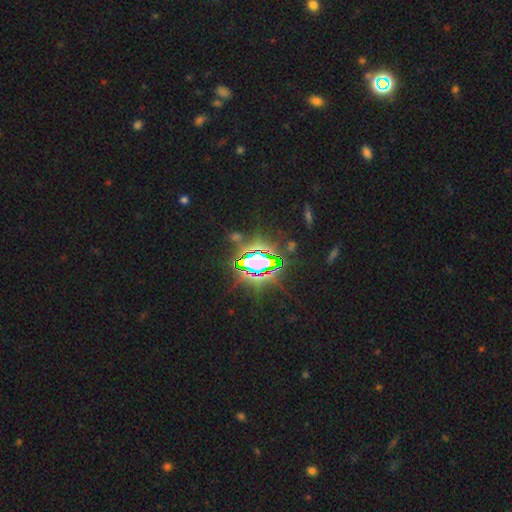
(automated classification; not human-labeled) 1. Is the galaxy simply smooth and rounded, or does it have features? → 84% star or artifact, 9% smooth, 7% featured or disk.